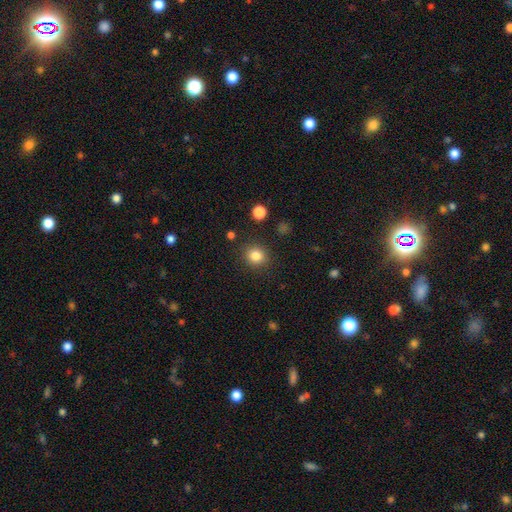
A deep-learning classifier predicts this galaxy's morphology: smooth_or_featured: smooth (p=0.83) [alt: star or artifact p=0.11]
how_rounded: round (p=0.83) [alt: in between p=0.16]
merging: none (p=0.88) [alt: minor disturbance p=0.07]